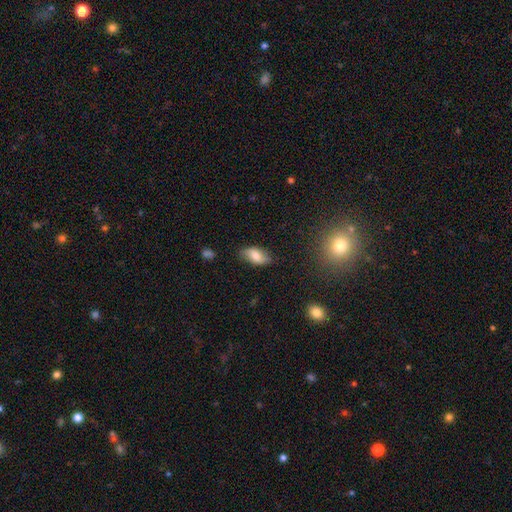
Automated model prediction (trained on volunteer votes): smooth 67%, featured or disk 24%, star or artifact 8%. Down the decision tree: how rounded — in between (90%); merging — none (73%).